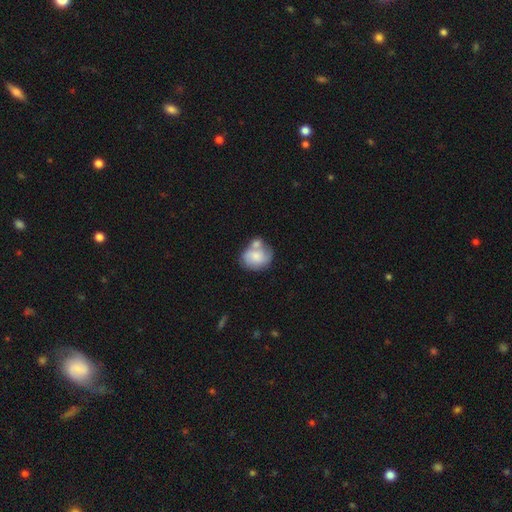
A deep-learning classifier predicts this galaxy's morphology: This appears to be a smooth galaxy with no disk features (67%) that is round (54%). Merging: merger (43%).